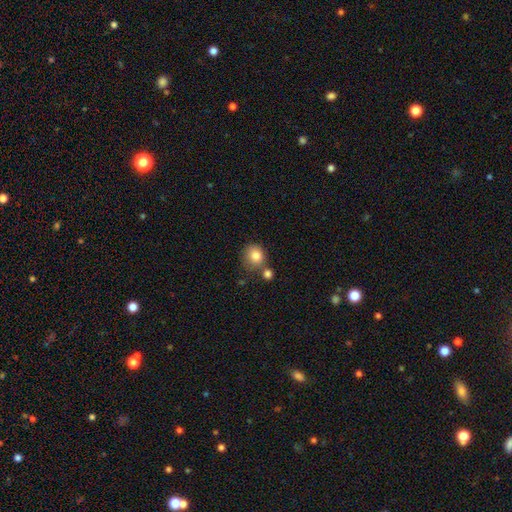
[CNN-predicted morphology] Smooth or featured?
  - smooth: 82% *
  - star or artifact: 10%
  - featured or disk: 8%
How rounded?
  - round: 82% *
  - in between: 17%
  - cigar-shaped: 1%
Merging?
  - none: 62% *
  - merger: 20%
  - minor disturbance: 14%
  - major disturbance: 4%